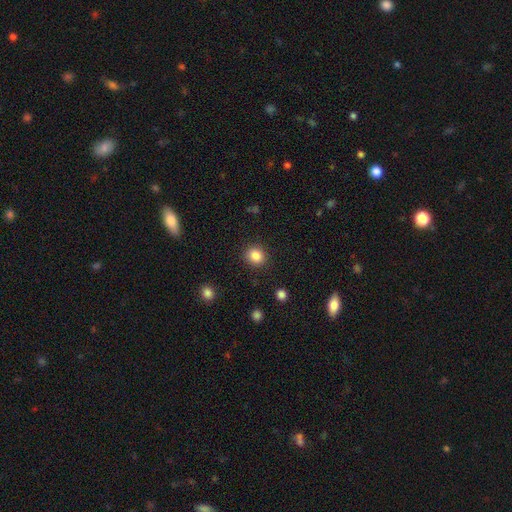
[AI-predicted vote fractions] This is clearly a smooth galaxy (85%). How rounded: clearly round (81%). Merging: clearly none (89%).